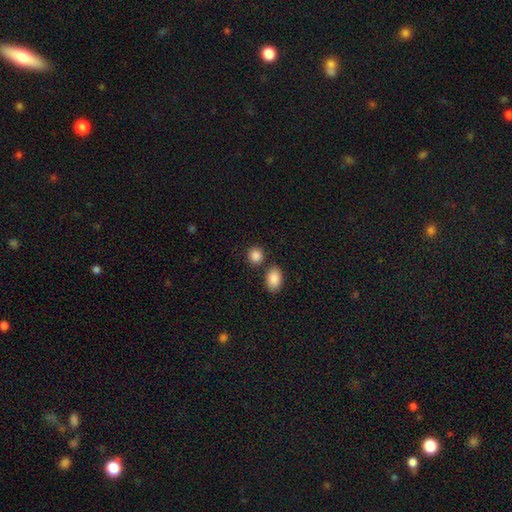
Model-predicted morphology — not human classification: Smooth or featured? smooth (88%)
How rounded? round (77%)
Merging? none (75%)